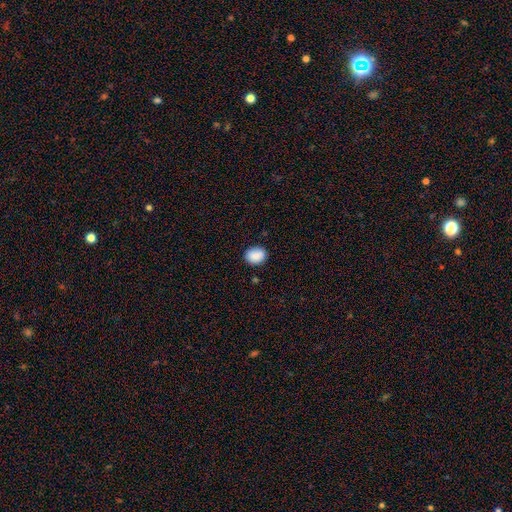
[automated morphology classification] smooth-or-featured: smooth: 88% | star or artifact: 8% | featured or disk: 4%
  how-rounded: round: 53% | in between: 47% | cigar-shaped: 1%
  merging: none: 85% | minor disturbance: 12% | major disturbance: 2% | merger: 1%